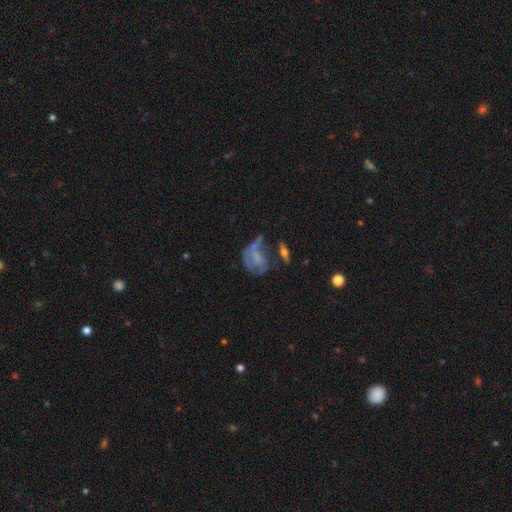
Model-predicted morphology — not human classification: smooth_or_featured: featured or disk (p=0.53) [alt: smooth p=0.34]
disk_edge_on: no (p=0.95) [alt: yes p=0.05]
bar: no (p=0.73) [alt: weak p=0.20]
has_spiral_arms: no (p=0.62) [alt: yes p=0.38]
bulge_size: none (p=0.55) [alt: small p=0.23]
merging: major disturbance (p=0.35) [alt: none p=0.30]